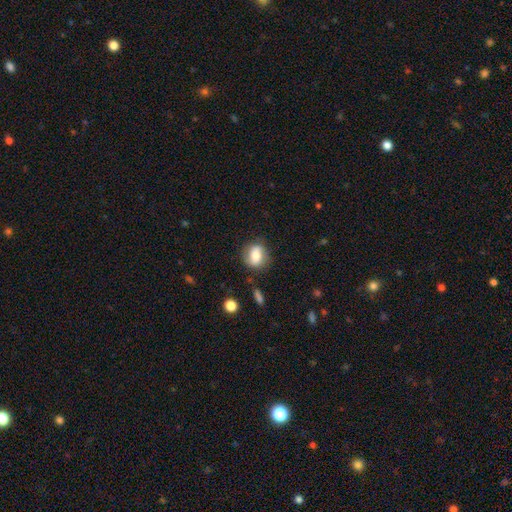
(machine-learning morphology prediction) Smooth or featured: smooth — 65% (featured or disk — 26%)
How rounded: round — 64% (in between — 35%)
Merging: none — 75% (minor disturbance — 17%)